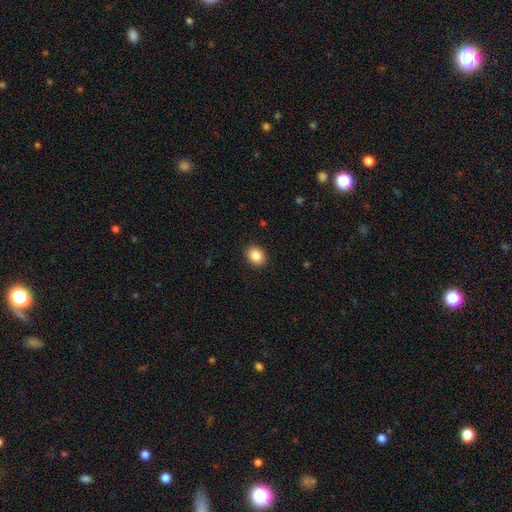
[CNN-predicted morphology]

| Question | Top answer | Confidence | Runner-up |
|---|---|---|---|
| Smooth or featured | smooth | 87% | star or artifact (9%) |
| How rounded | in between | 56% | round (43%) |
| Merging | none | 90% | minor disturbance (7%) |